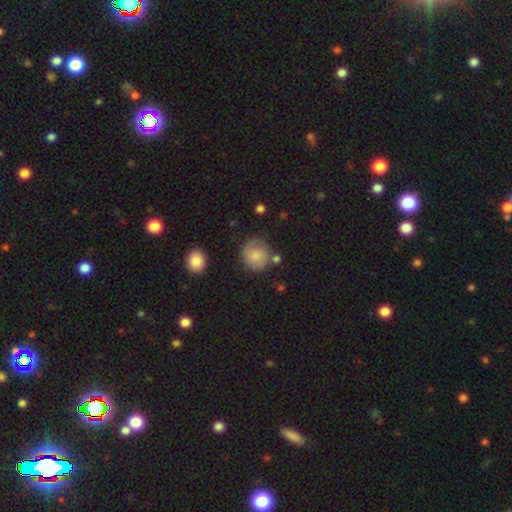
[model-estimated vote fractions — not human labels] smooth 70%, featured or disk 21%, star or artifact 9%. Down the decision tree: how rounded — round (82%); merging — none (66%).